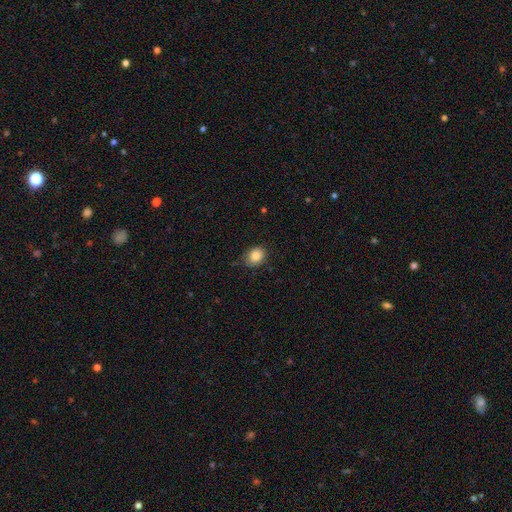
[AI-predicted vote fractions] Smooth or featured: smooth — 85% (star or artifact — 9%)
How rounded: round — 55% (in between — 44%)
Merging: none — 77% (minor disturbance — 19%)